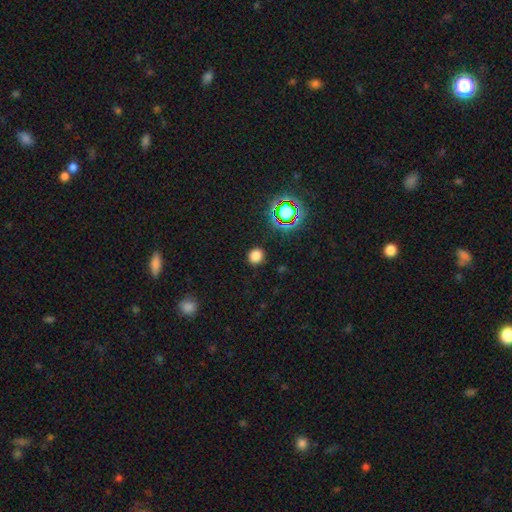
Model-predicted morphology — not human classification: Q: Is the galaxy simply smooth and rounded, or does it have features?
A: smooth — 77%.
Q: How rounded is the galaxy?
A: round — 87%.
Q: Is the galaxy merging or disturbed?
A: none — 89%.